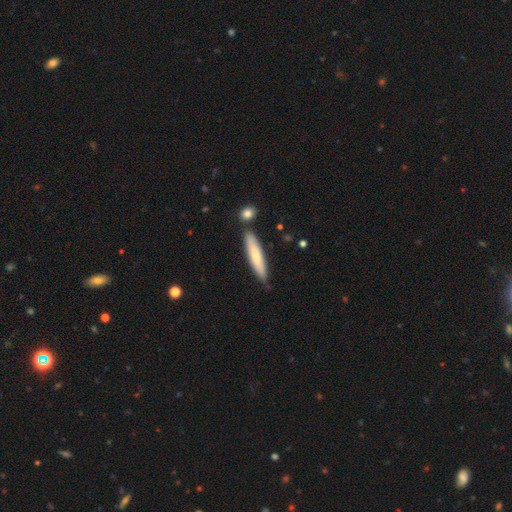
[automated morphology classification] smooth 67%, featured or disk 27%, star or artifact 5%. Down the decision tree: how rounded — cigar-shaped (86%); merging — none (77%).